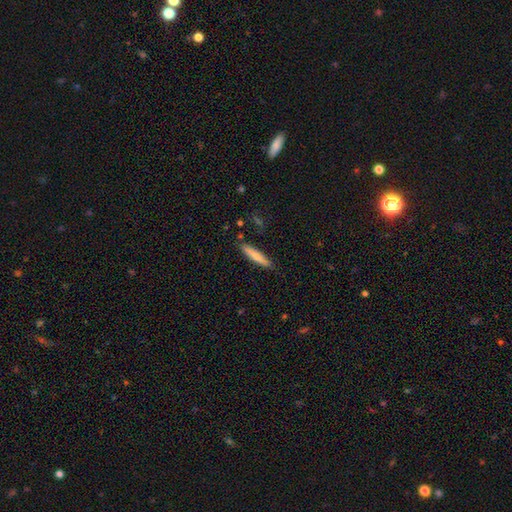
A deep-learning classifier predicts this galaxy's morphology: A smooth galaxy with no disk features (71%) that is cigar-shaped (91%).

Vote fractions:
- Smooth or featured? smooth: 71% / featured or disk: 23% / star or artifact: 6%
- How rounded? cigar-shaped: 91% / in between: 8% / round: 1%
- Merging? none: 87% / minor disturbance: 10% / merger: 2% / major disturbance: 2%